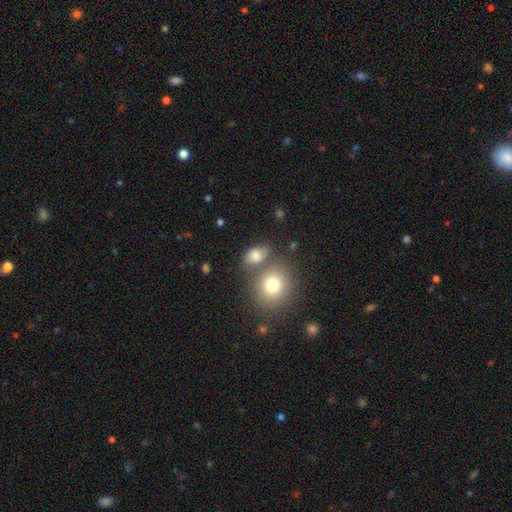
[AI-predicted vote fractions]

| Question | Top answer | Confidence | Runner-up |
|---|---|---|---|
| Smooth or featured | smooth | 73% | featured or disk (15%) |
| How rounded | in between | 67% | round (30%) |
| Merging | none | 53% | merger (23%) |